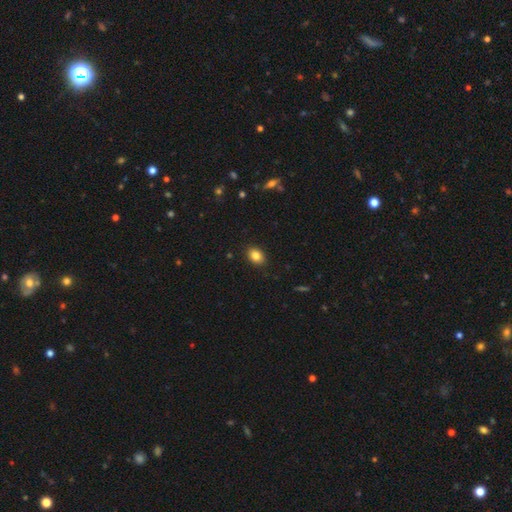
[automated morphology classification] Smooth or featured? Predicted: smooth (p=0.84). How rounded? Predicted: in between (p=0.70). Merging? Predicted: none (p=0.89).